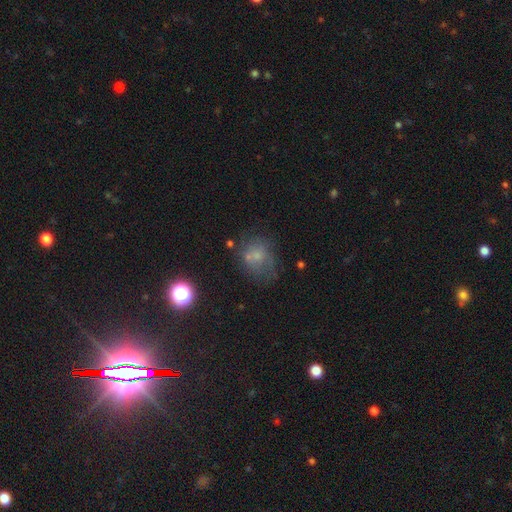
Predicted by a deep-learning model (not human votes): smooth 55%, featured or disk 26%, star or artifact 19%. Down the decision tree: how rounded — round (65%); merging — none (43%).